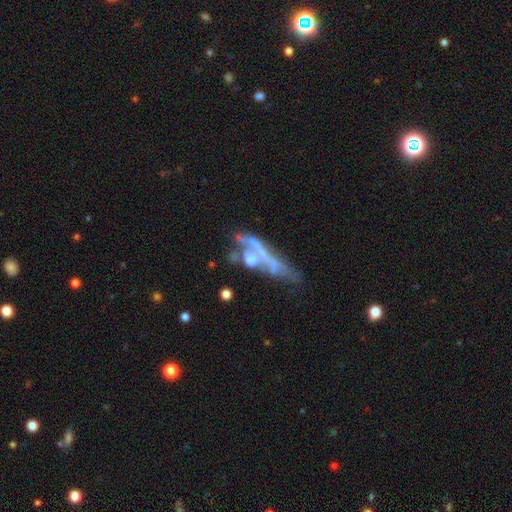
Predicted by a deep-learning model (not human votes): Smooth or featured?
  - featured or disk: 62% *
  - smooth: 25%
  - star or artifact: 13%
Edge-on disk?
  - no: 72% *
  - yes: 28%
Merging?
  - major disturbance: 28% * (tied)
  - none: 28% * (tied)
  - merger: 27%
  - minor disturbance: 17%